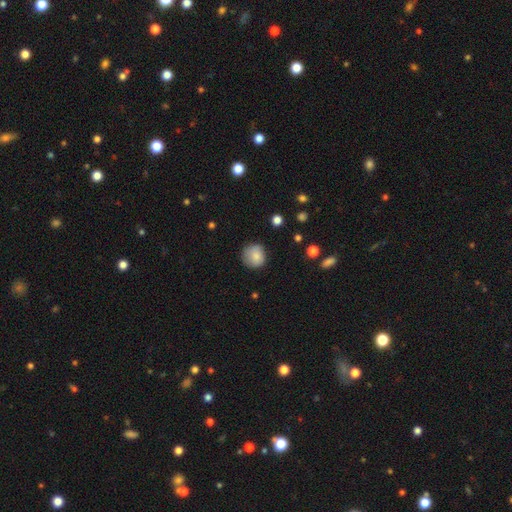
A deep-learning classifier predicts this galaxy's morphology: type=smooth (84%); roundness=round (88%); merging=none (75%).